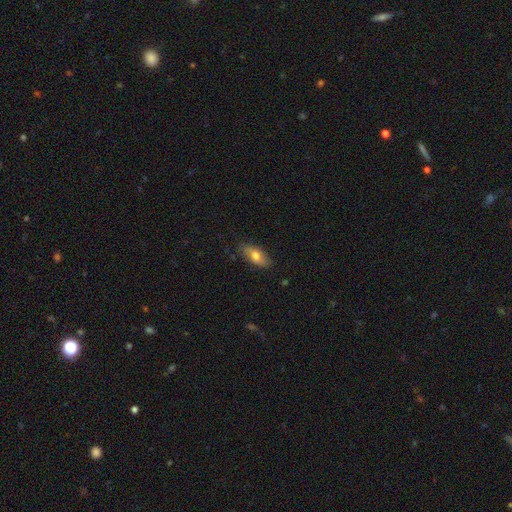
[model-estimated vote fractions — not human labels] smooth_or_featured: smooth (p=0.66) [alt: featured or disk p=0.28]
how_rounded: in between (p=0.82) [alt: cigar-shaped p=0.14]
merging: none (p=0.80) [alt: minor disturbance p=0.16]